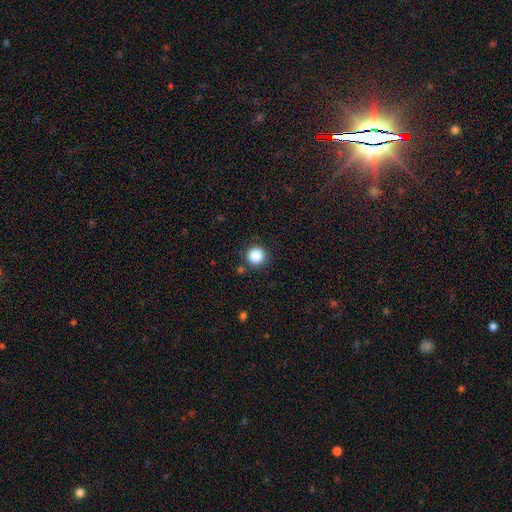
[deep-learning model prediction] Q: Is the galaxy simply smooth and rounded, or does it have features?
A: smooth — 87%.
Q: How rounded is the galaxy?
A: round — 95%.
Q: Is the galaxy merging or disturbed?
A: none — 87%.